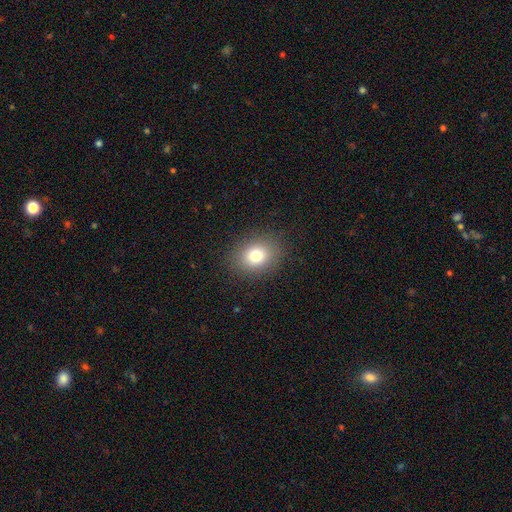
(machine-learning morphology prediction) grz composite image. It shows a smooth galaxy with no disk features (78%) that is round (50%). Merging: none (87%).